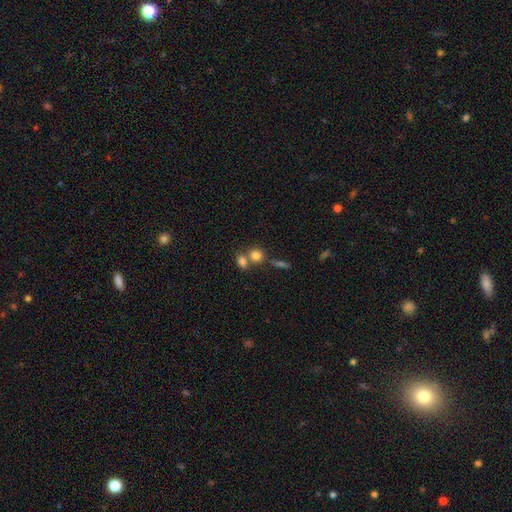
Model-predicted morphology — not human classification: smooth_or_featured: smooth (p=0.79) [alt: star or artifact p=0.11]
how_rounded: round (p=0.75) [alt: in between p=0.24]
merging: merger (p=0.45) [alt: none p=0.44]